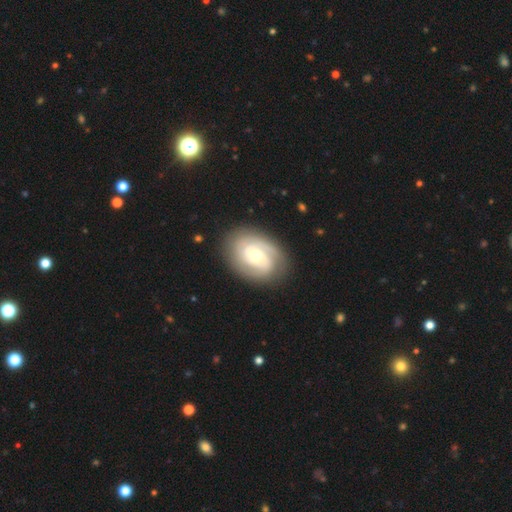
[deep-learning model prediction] This appears to be a featured or disk galaxy (80%) with no bar (69%), 2 (41%) tight (65%) spiral arms (93%) and a moderate central bulge (63%). Merging: none (82%).